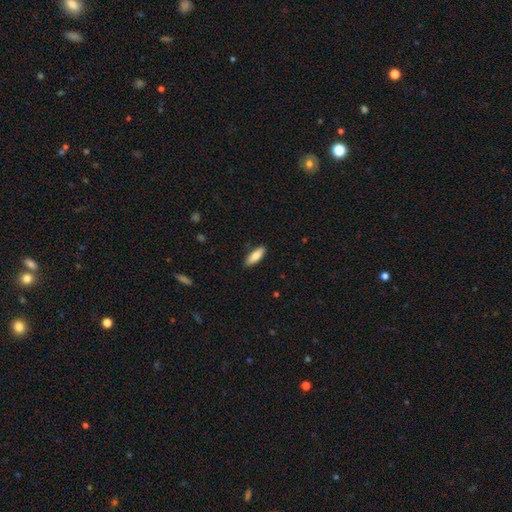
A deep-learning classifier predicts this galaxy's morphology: smooth_or_featured: smooth (p=0.84) [alt: featured or disk p=0.11]
how_rounded: in between (p=0.62) [alt: cigar-shaped p=0.36]
merging: none (p=0.88) [alt: minor disturbance p=0.09]